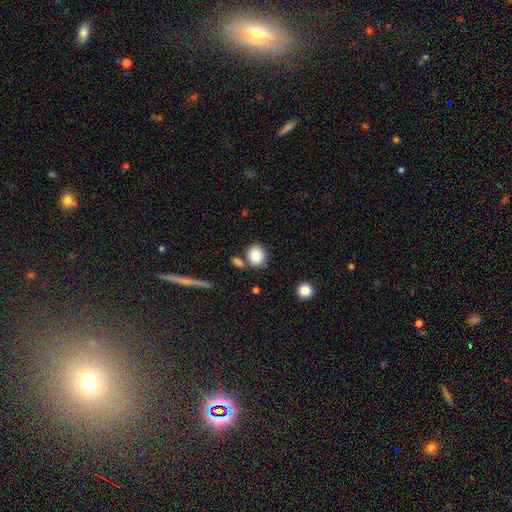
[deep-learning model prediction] Q: Smooth or featured?
A: smooth (85%); runner-up: star or artifact (8%)
Q: How rounded?
A: round (76%); runner-up: in between (23%)
Q: Merging?
A: none (72%); runner-up: merger (14%)